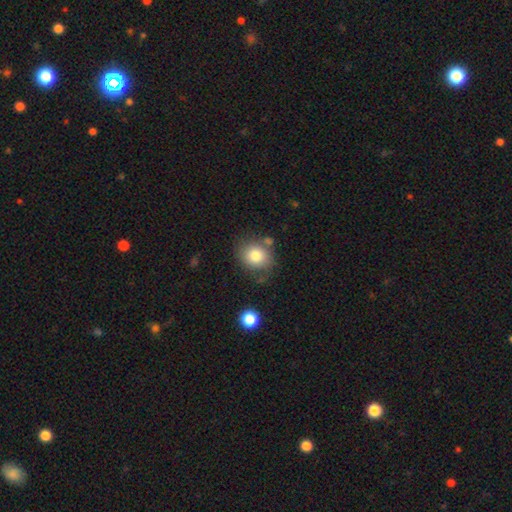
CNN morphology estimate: Smooth or featured?
  - smooth: 79% *
  - featured or disk: 11%
  - star or artifact: 10%
How rounded?
  - round: 70% *
  - in between: 29%
  - cigar-shaped: 1%
Merging?
  - none: 69% *
  - minor disturbance: 17%
  - merger: 9%
  - major disturbance: 6%